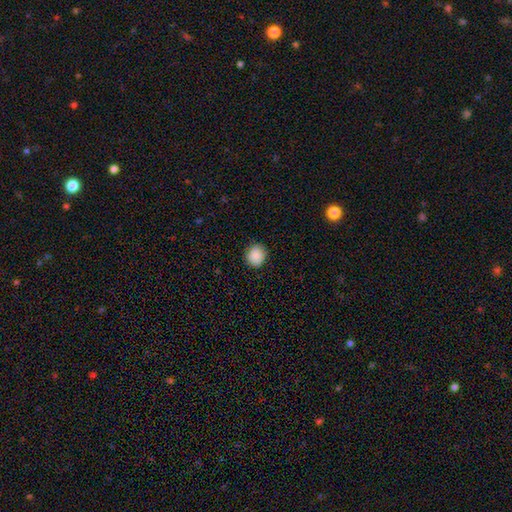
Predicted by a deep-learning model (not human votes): smooth 88%, star or artifact 8%, featured or disk 4%. Down the decision tree: how rounded — round (83%); merging — none (87%).